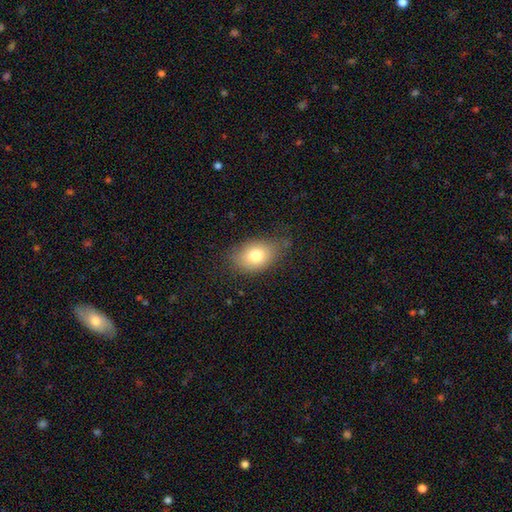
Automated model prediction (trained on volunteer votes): smooth_or_featured: smooth (p=0.77) [alt: featured or disk p=0.14]
how_rounded: in between (p=0.78) [alt: round p=0.21]
merging: none (p=0.67) [alt: minor disturbance p=0.25]